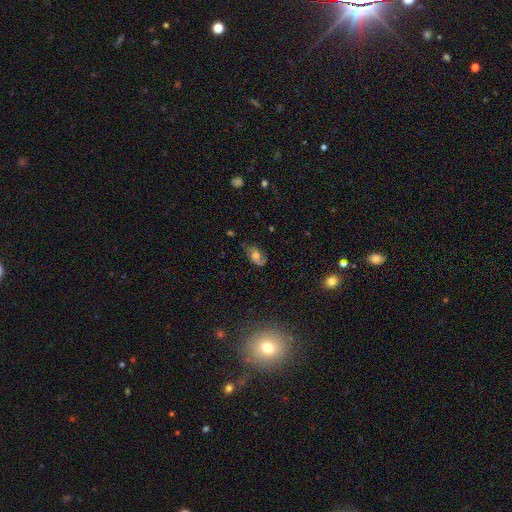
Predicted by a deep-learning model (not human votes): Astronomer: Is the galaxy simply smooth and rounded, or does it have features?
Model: featured or disk — 64%.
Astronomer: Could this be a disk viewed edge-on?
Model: no — 95%.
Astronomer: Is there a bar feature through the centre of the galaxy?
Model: no — 64%.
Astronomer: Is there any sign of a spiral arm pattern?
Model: yes — 88%.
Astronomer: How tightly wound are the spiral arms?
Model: medium — 46% (runner-up: tight, 28%).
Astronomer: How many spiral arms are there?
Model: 2 — 70%.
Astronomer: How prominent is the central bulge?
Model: moderate — 55%.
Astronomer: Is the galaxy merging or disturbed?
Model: none — 69%.